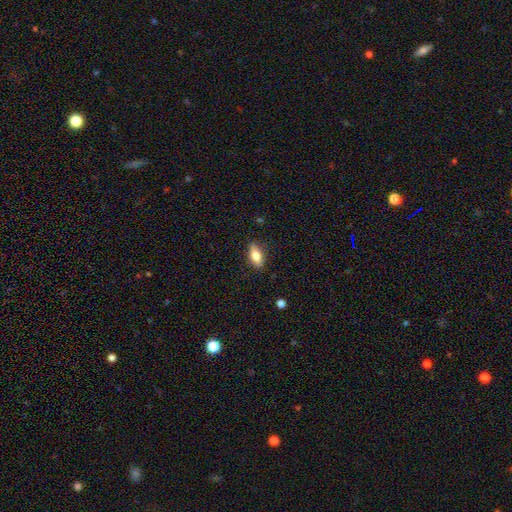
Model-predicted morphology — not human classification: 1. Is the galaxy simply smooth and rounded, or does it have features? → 71% smooth, 22% featured or disk, 7% star or artifact.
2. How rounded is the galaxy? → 78% in between, 18% cigar-shaped, 4% round.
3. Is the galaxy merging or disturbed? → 84% none, 13% minor disturbance, 3% major disturbance, 1% merger.